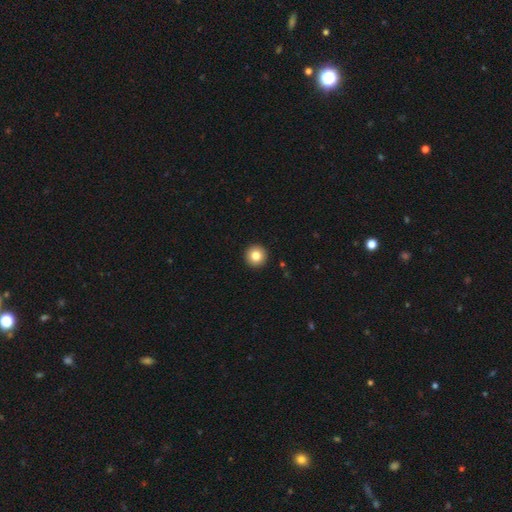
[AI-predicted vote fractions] Smooth or featured: smooth — 82% (star or artifact — 10%)
How rounded: round — 96% (in between — 3%)
Merging: none — 94% (minor disturbance — 4%)